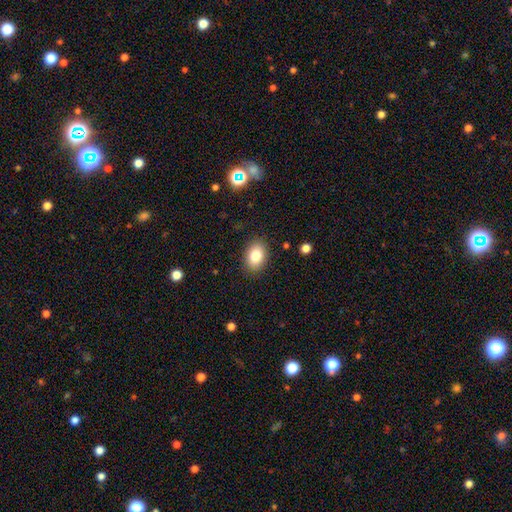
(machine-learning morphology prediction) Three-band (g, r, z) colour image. It shows a smooth galaxy with no disk features (83%) that is in between round and cigar-shaped (81%). Merging: none (88%).